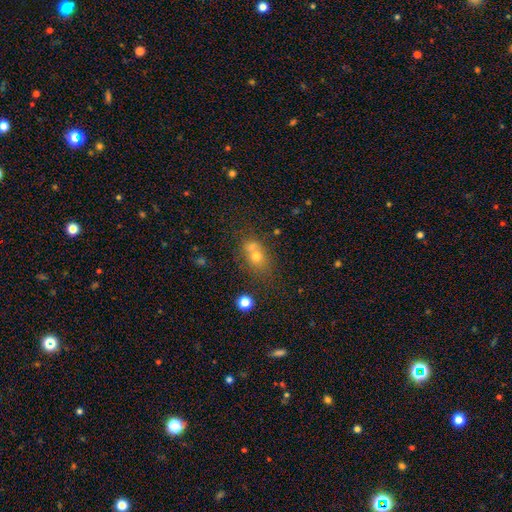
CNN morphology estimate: Smooth or featured? Predicted: smooth (p=0.61). How rounded? Predicted: round (p=0.59). Merging? Predicted: merger (p=0.47).